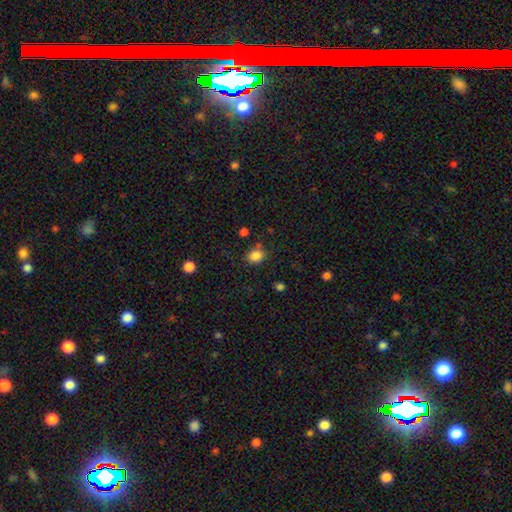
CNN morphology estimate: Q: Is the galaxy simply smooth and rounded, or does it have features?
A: smooth — 84%.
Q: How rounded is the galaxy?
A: in between — 54%.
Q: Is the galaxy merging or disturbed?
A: none — 73%.